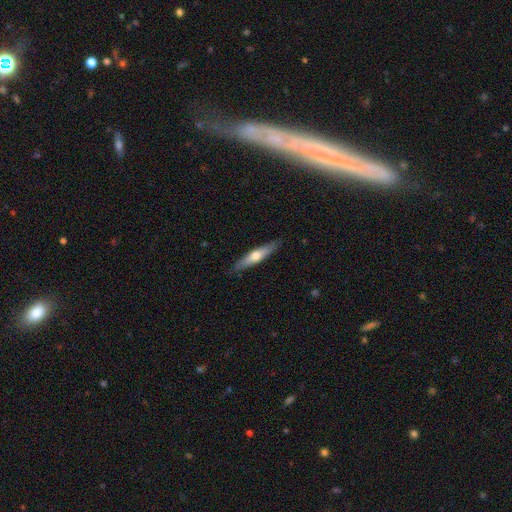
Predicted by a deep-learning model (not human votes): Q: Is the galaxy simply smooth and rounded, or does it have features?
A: smooth — 49%.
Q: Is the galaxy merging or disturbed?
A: none — 85%.